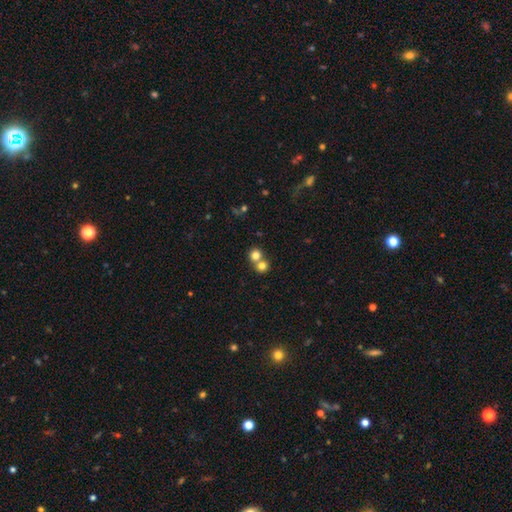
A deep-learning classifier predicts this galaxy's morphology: A smooth galaxy with no disk features (78%) that is round (87%). Merging: merger (49%).